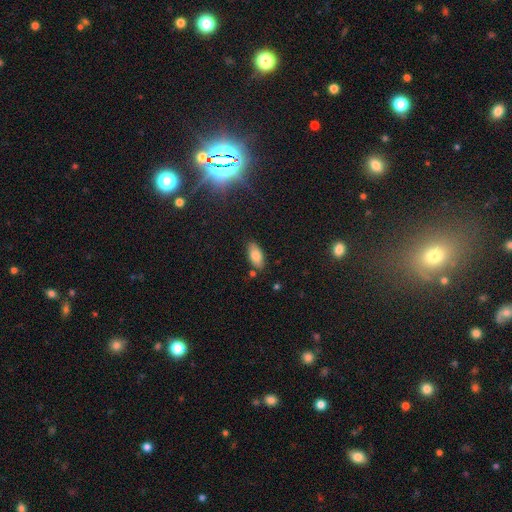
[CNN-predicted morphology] smooth_or_featured: smooth (p=0.81) [alt: featured or disk p=0.10]
how_rounded: in between (p=0.90) [alt: cigar-shaped p=0.07]
merging: none (p=0.81) [alt: minor disturbance p=0.13]